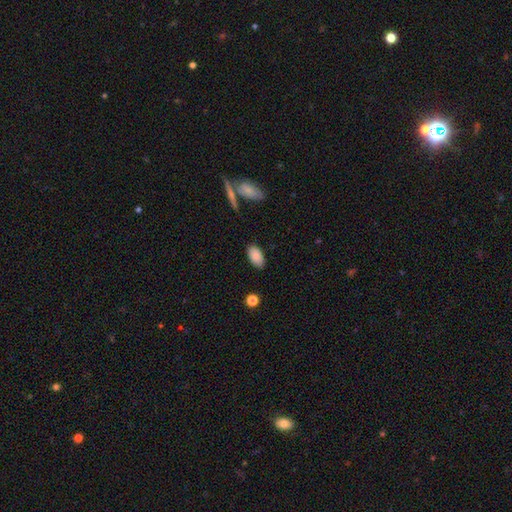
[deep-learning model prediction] This appears to be a smooth galaxy with no disk features (88%) that is in between round and cigar-shaped (94%). Merging: none (85%).